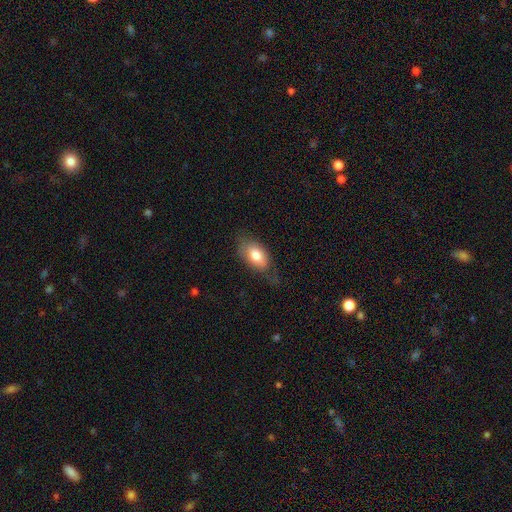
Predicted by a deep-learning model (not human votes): Smooth or featured?
  - smooth: 76% *
  - featured or disk: 17%
  - star or artifact: 7%
How rounded?
  - in between: 91% *
  - round: 6%
  - cigar-shaped: 3%
Merging?
  - none: 63% *
  - minor disturbance: 26%
  - major disturbance: 10%
  - merger: 1%